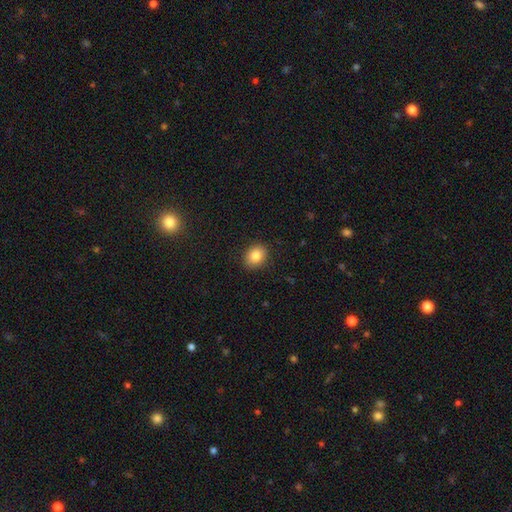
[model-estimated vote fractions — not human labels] smooth 84%, star or artifact 9%, featured or disk 7%. Down the decision tree: how rounded — in between (50%); merging — none (89%).